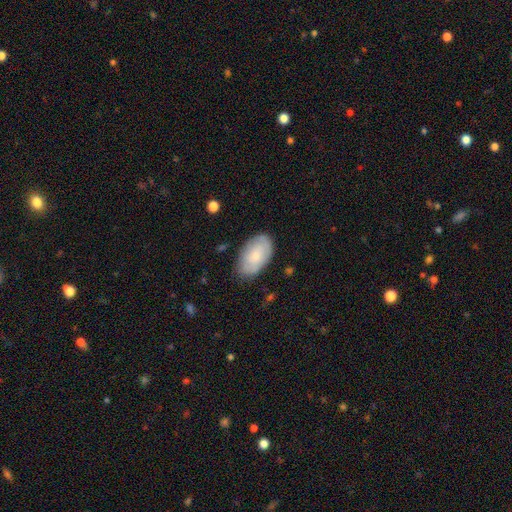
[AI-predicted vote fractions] A smooth galaxy with no disk features (72%) that is in between round and cigar-shaped (94%). Merging: none (79%).